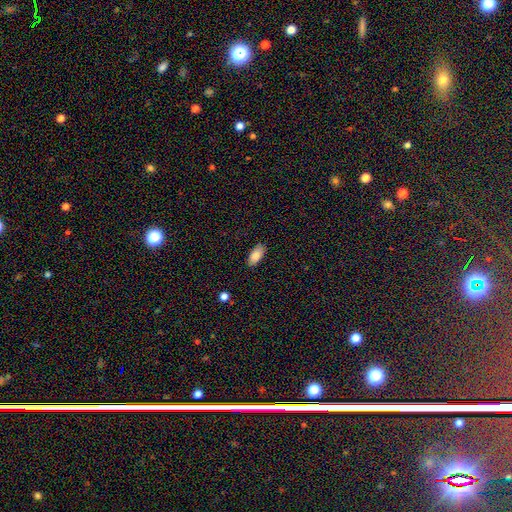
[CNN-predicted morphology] smooth-or-featured: smooth: 86% | star or artifact: 7% | featured or disk: 7%
  how-rounded: in between: 91% | cigar-shaped: 7% | round: 2%
  merging: none: 86% | minor disturbance: 10% | major disturbance: 2% | merger: 1%